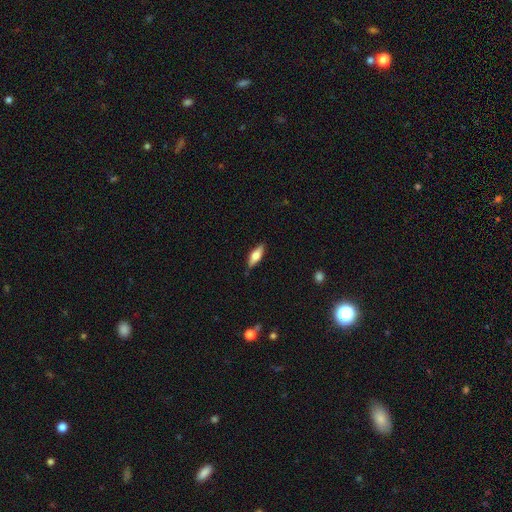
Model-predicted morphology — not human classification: Smooth or featured? Predicted: smooth (p=0.59). How rounded? Predicted: in between (p=0.59). Merging? Predicted: none (p=0.85).